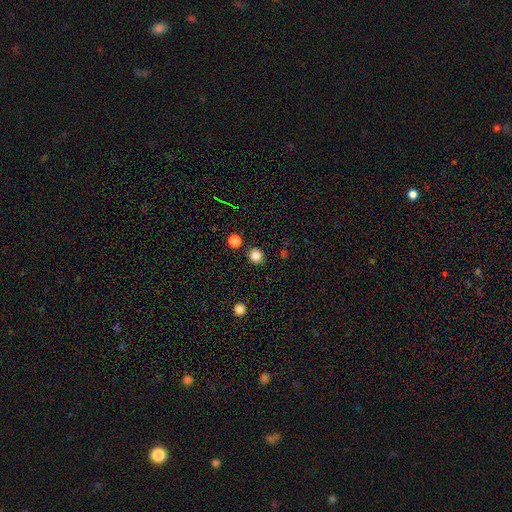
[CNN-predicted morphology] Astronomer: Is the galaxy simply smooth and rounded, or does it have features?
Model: smooth — 83%.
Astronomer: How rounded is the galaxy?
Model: round — 90%.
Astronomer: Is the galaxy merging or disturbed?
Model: none — 88%.